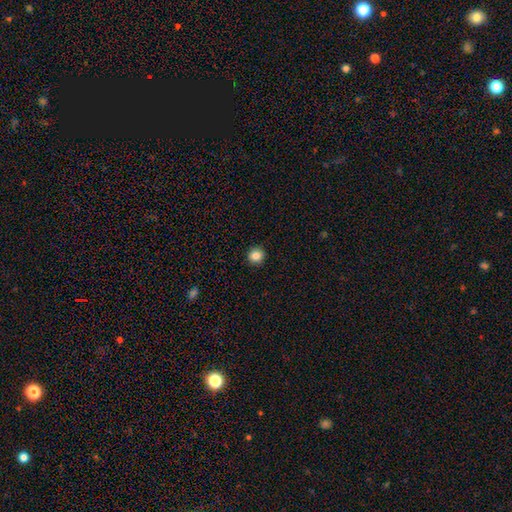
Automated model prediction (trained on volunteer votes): A smooth galaxy with no disk features (85%) that is round (92%). Merging: none (92%).